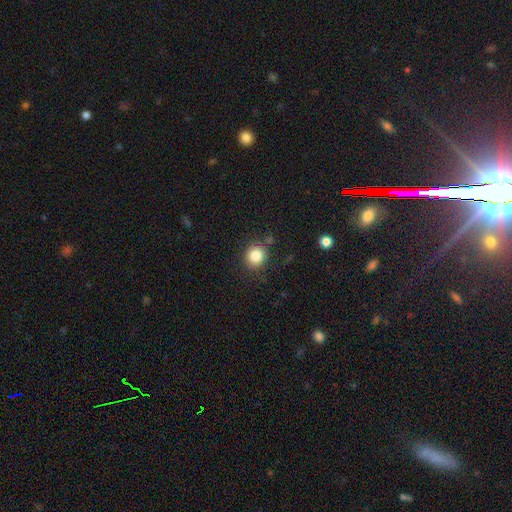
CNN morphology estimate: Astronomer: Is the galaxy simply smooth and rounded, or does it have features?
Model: smooth — 85%.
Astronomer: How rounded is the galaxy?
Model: round — 85%.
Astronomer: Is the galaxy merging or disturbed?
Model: none — 81%.